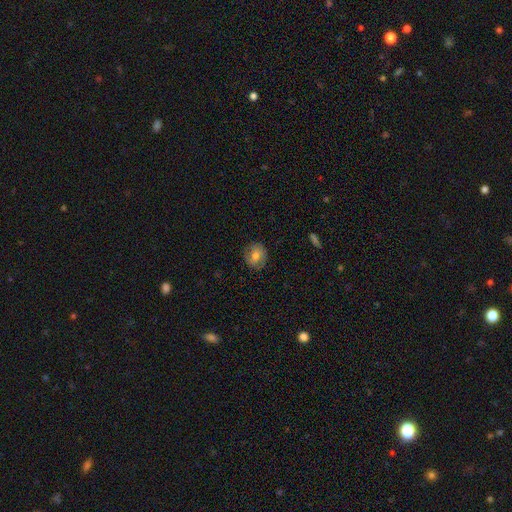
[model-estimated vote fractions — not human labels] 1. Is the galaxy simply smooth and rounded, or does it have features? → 62% smooth, 29% featured or disk, 9% star or artifact.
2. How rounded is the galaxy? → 73% round, 26% in between, 1% cigar-shaped.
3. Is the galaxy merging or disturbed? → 82% none, 13% minor disturbance, 4% major disturbance, 1% merger.